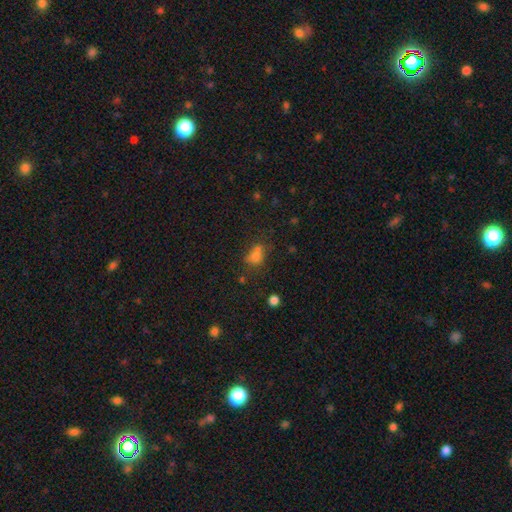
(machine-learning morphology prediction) This appears to be a smooth galaxy with no disk features (68%) that is in between round and cigar-shaped (51%). Merging: none (42%).